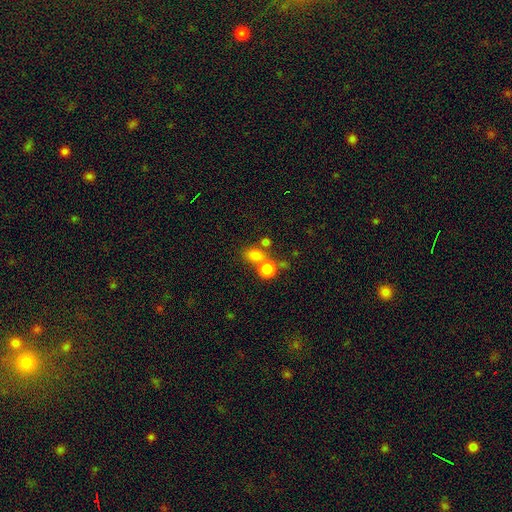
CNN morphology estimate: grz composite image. It shows a smooth galaxy with no disk features (77%) that is round (62%). Merging: none (46%).